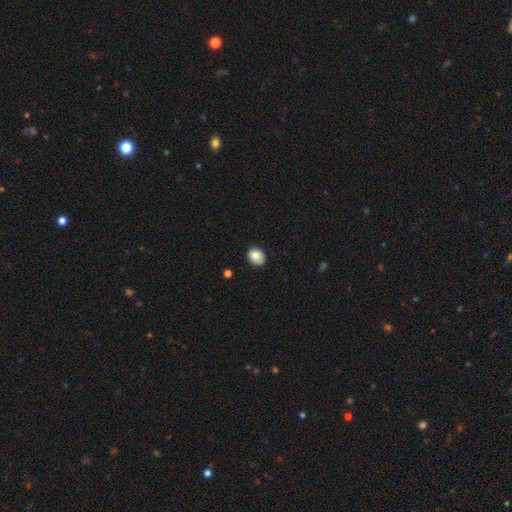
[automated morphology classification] Q: Smooth or featured?
A: smooth (85%); runner-up: star or artifact (8%)
Q: How rounded?
A: round (50%); runner-up: in between (49%)
Q: Merging?
A: none (84%); runner-up: minor disturbance (13%)